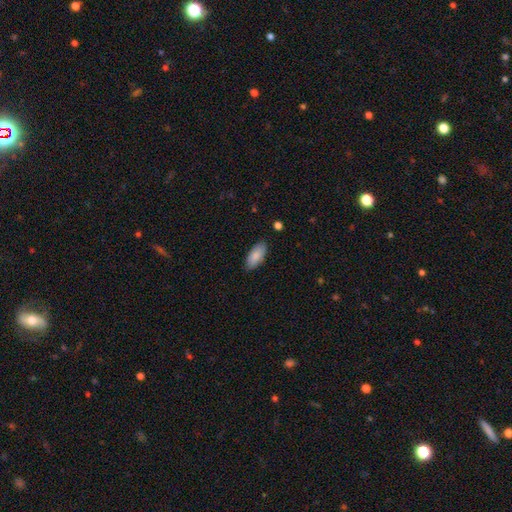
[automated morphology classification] Smooth or featured? smooth (86%)
How rounded? in between (90%)
Merging? none (86%)